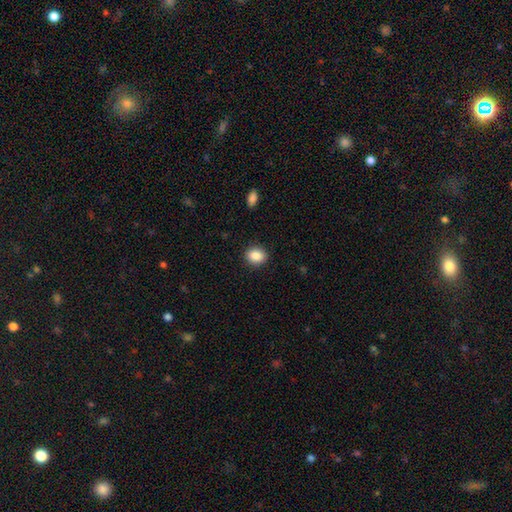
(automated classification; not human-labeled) smooth 88%, star or artifact 8%, featured or disk 4%. Down the decision tree: how rounded — round (60%); merging — none (90%).